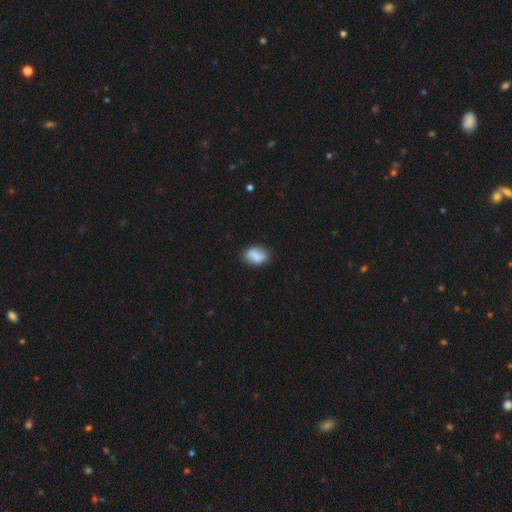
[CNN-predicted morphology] smooth 81%, featured or disk 11%, star or artifact 7%. Down the decision tree: how rounded — in between (86%); merging — none (78%).